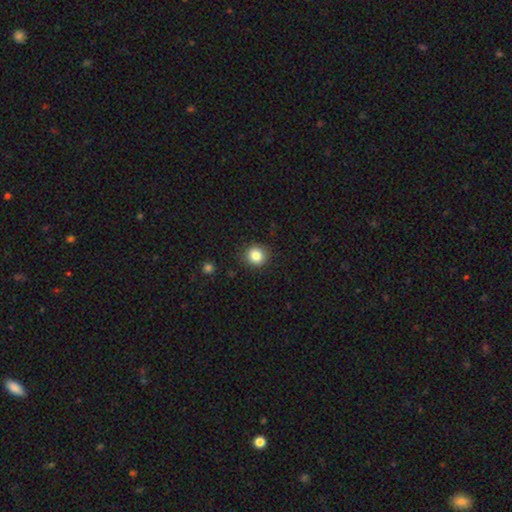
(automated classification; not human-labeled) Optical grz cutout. It shows a smooth galaxy with no disk features (84%) that is round (90%). Merging: none (90%).